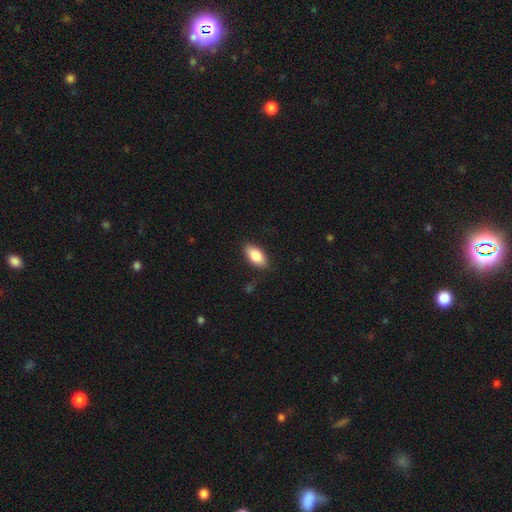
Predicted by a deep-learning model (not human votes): smooth-or-featured: smooth: 83% | featured or disk: 11% | star or artifact: 7%
  how-rounded: in between: 89% | cigar-shaped: 8% | round: 3%
  merging: none: 85% | minor disturbance: 11% | major disturbance: 3% | merger: 1%